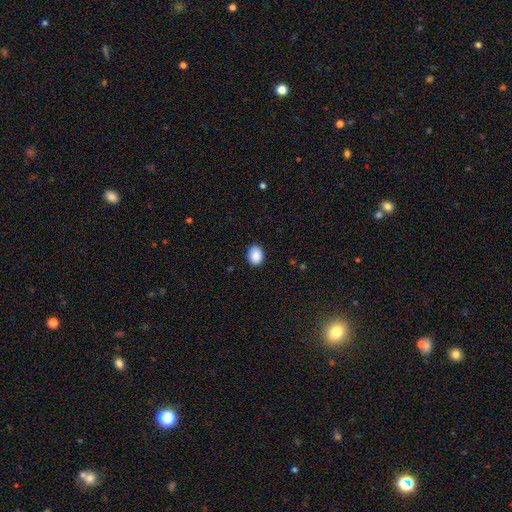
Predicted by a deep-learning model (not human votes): This is clearly a smooth galaxy (89%). How rounded: possibly in between (51%). Merging: clearly none (89%).